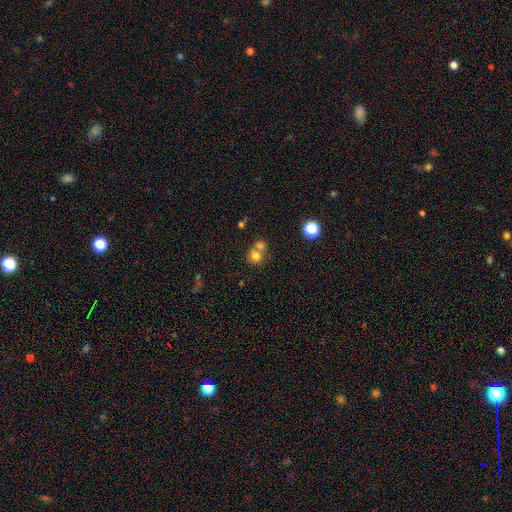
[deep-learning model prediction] Smooth or featured? Predicted: smooth (p=0.75). How rounded? Predicted: round (p=0.82). Merging? Predicted: merger (p=0.50).